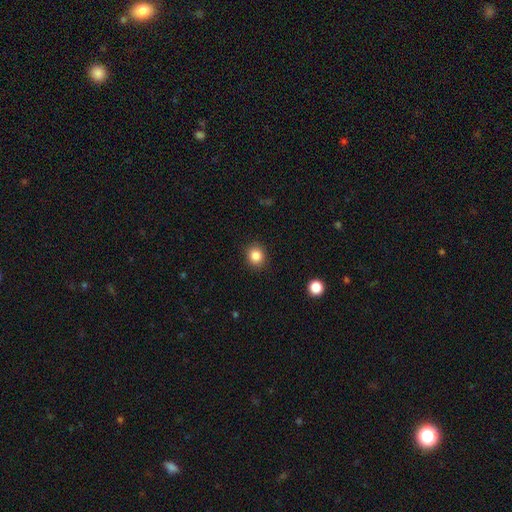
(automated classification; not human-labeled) A smooth galaxy with no disk features (85%) that is round (80%). Merging: none (91%).